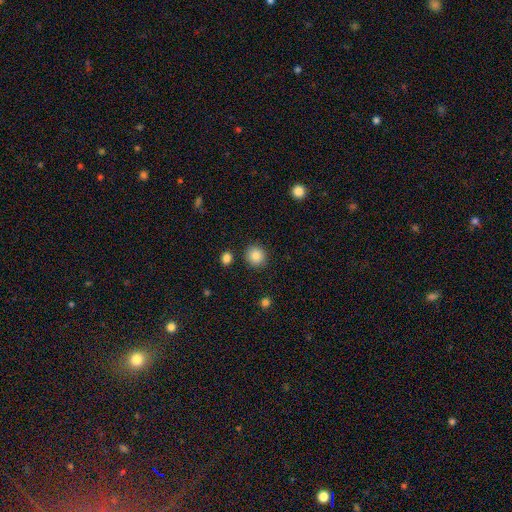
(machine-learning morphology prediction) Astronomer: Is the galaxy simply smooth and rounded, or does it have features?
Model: smooth — 87%.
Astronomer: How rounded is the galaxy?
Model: round — 87%.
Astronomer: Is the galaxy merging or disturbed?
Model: none — 88%.